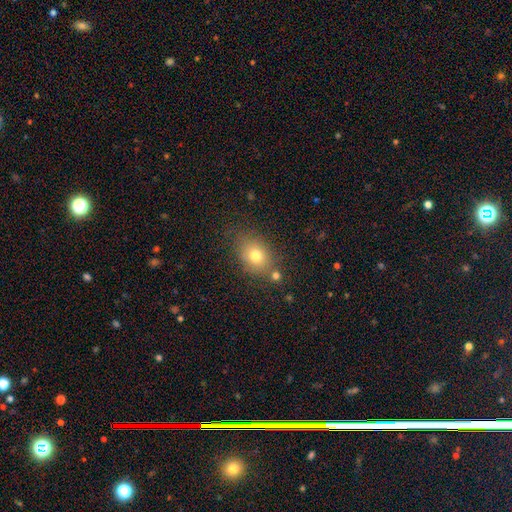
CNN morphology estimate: The model was most divided on "how rounded": in between: 56%, round: 43%, cigar-shaped: 1%. More confident: smooth or featured — smooth (74%); merging — none (71%).